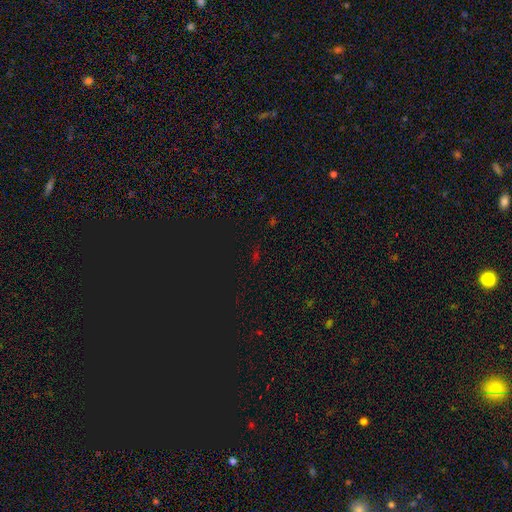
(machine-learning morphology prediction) A star or artifact, not a galaxy (70%).